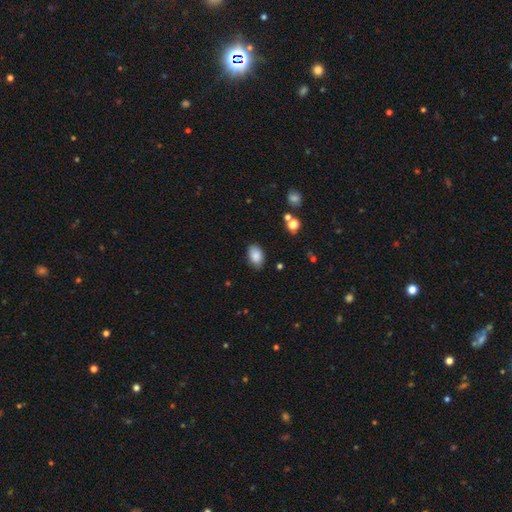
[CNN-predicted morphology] smooth 87%, star or artifact 8%, featured or disk 5%. Down the decision tree: how rounded — in between (90%); merging — none (83%).